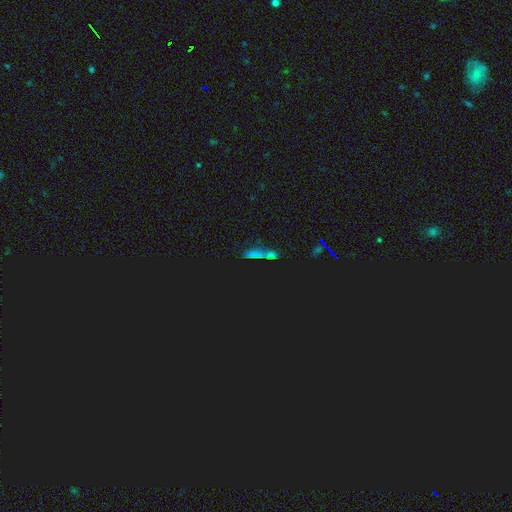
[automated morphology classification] A star or artifact, not a galaxy (62%).